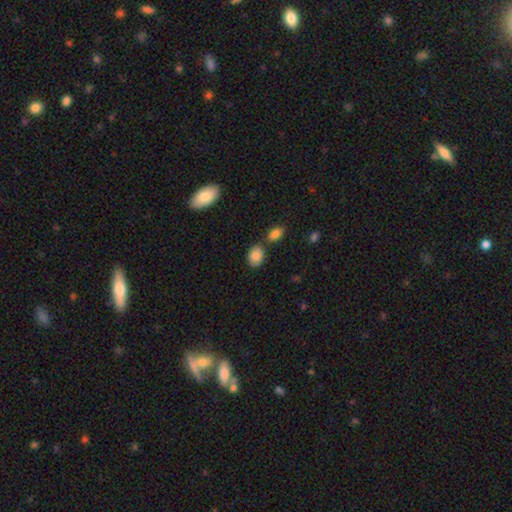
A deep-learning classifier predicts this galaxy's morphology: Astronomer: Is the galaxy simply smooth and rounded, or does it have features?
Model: smooth — 85%.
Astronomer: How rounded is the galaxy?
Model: in between — 74%.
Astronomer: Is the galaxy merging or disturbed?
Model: none — 71%.